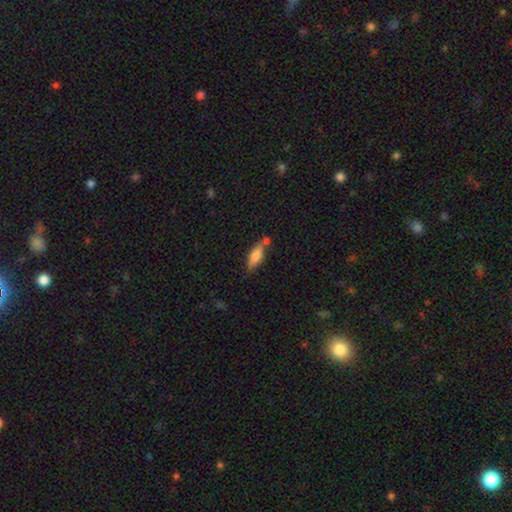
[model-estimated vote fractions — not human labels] A smooth galaxy with no disk features (73%) that is in between round and cigar-shaped (58%).

Vote fractions:
- Smooth or featured? smooth: 73% / featured or disk: 20% / star or artifact: 7%
- How rounded? in between: 58% / cigar-shaped: 40% / round: 2%
- Merging? none: 56% / merger: 20% / minor disturbance: 19% / major disturbance: 5%